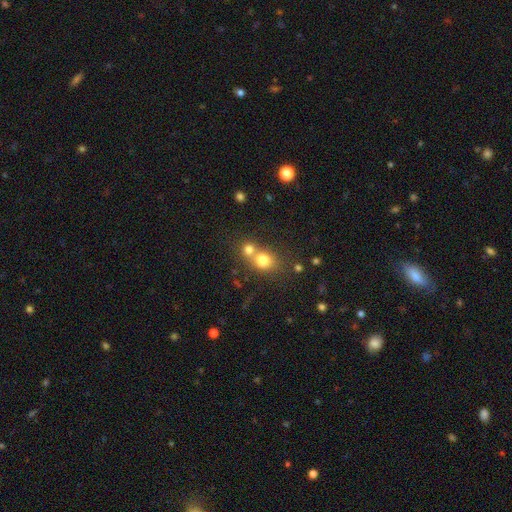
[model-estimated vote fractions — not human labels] This is likely a smooth galaxy (69%). How rounded: likely round (77%). Merging: possibly merger (47%).